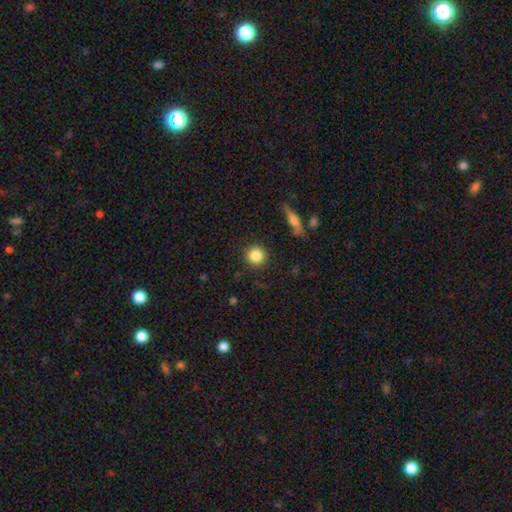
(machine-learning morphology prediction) A smooth galaxy with no disk features (84%) that is round (93%).

Vote fractions:
- Smooth or featured? smooth: 84% / star or artifact: 10% / featured or disk: 6%
- How rounded? round: 93% / in between: 6% / cigar-shaped: 1%
- Merging? none: 90% / minor disturbance: 6% / major disturbance: 2% / merger: 2%